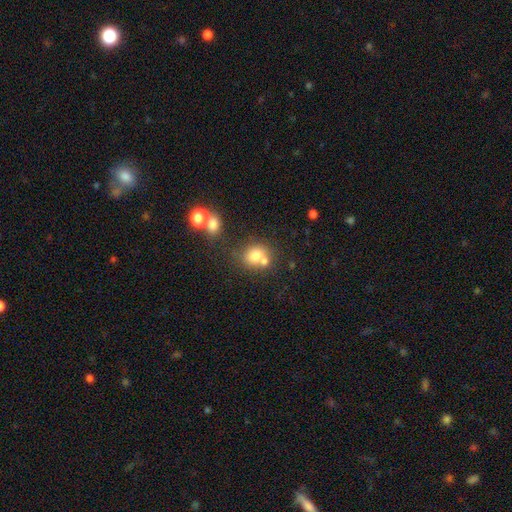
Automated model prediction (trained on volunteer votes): smooth-or-featured: smooth: 75% | featured or disk: 13% | star or artifact: 12%
  how-rounded: round: 70% | in between: 29% | cigar-shaped: 1%
  merging: none: 49% | merger: 35% | minor disturbance: 11% | major disturbance: 5%